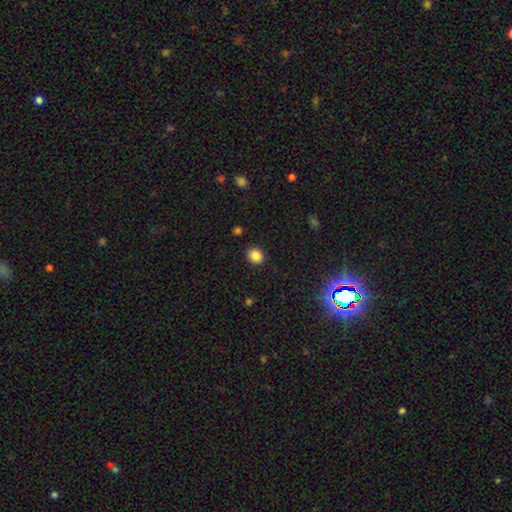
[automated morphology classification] The model was most divided on "how rounded": round: 74%, in between: 25%, cigar-shaped: 1%. More confident: merging — none (90%); smooth or featured — smooth (86%).